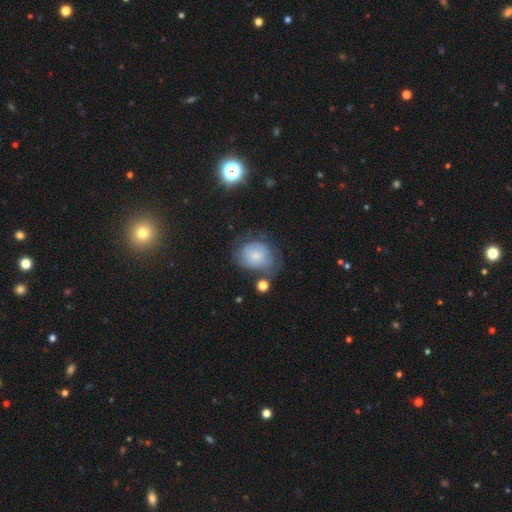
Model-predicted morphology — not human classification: Smooth or featured? smooth (69%)
How rounded? round (53%)
Merging? none (51%)